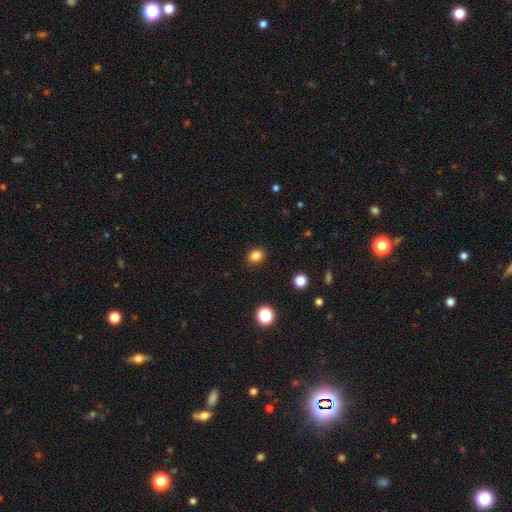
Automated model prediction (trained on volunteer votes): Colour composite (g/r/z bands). It shows a smooth galaxy with no disk features (84%) that is round (57%). Merging: none (90%).